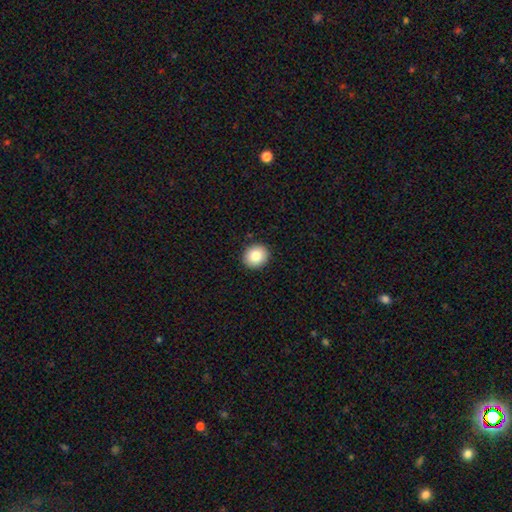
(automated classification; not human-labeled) Overall: smooth (84%). How rounded: round (80%). Merging: none (91%).